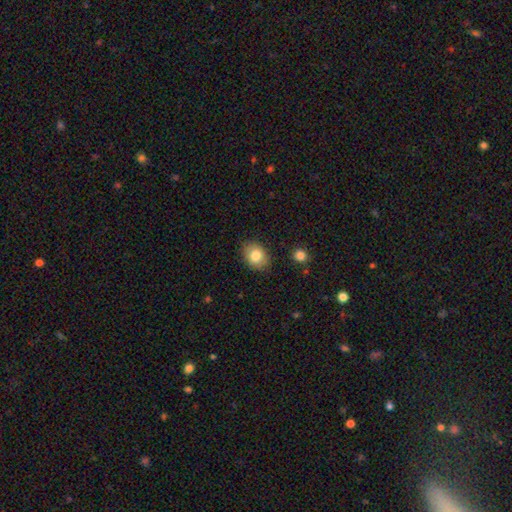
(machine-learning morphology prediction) Smooth or featured? smooth (81%)
How rounded? in between (69%)
Merging? none (85%)